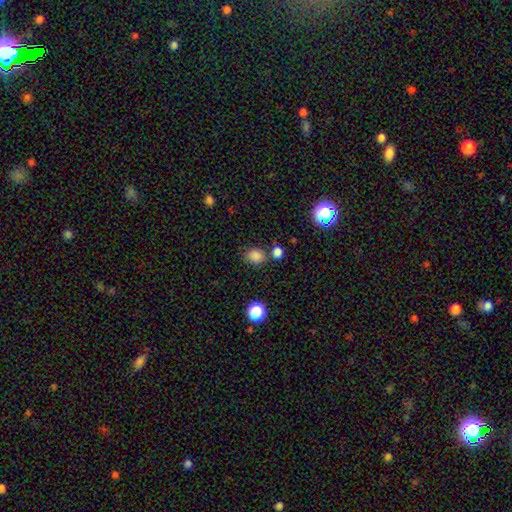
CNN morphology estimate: Overall: smooth (83%). How rounded: round (56%; in between 43%). Merging: none (71%).